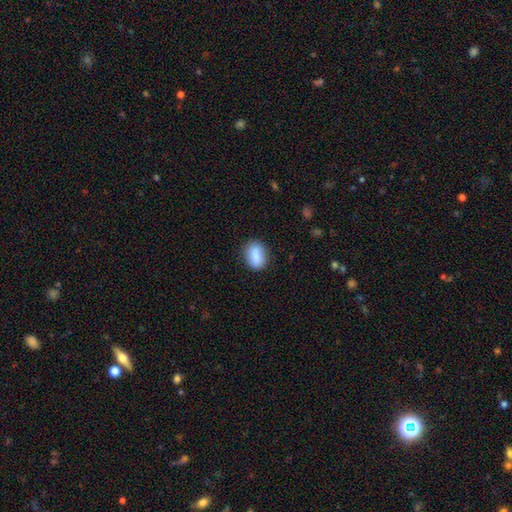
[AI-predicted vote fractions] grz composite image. It shows a smooth galaxy with no disk features (86%) that is in between round and cigar-shaped (79%). Merging: none (84%).